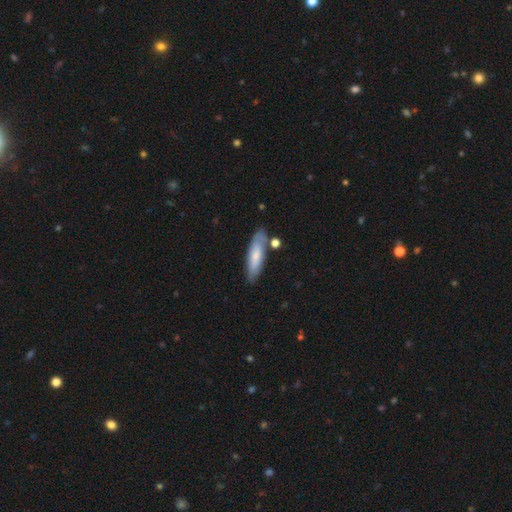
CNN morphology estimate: A smooth galaxy with no disk features (70%) that is cigar-shaped (60%). Merging: none (74%).